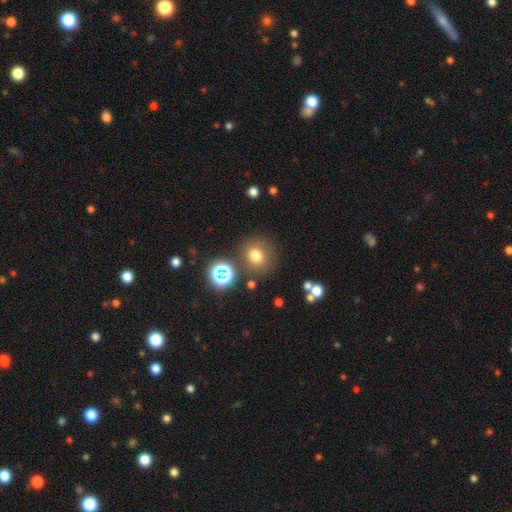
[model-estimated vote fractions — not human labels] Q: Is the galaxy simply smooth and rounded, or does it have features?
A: smooth — 74%.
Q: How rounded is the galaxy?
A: round — 85%.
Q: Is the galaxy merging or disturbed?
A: none — 81%.